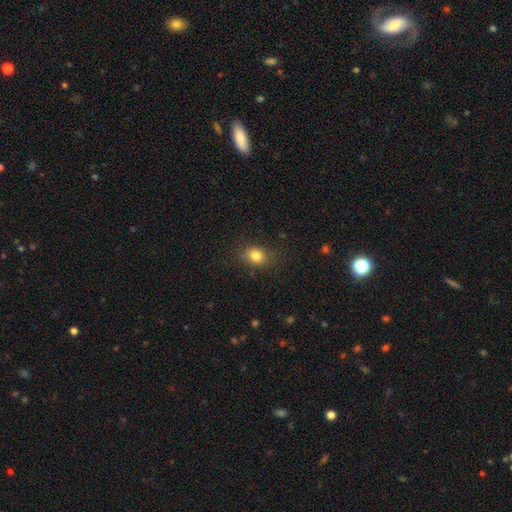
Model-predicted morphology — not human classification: smooth-or-featured: smooth: 81% | star or artifact: 12% | featured or disk: 7%
  how-rounded: round: 57% | in between: 42% | cigar-shaped: 1%
  merging: none: 80% | minor disturbance: 14% | major disturbance: 4% | merger: 2%